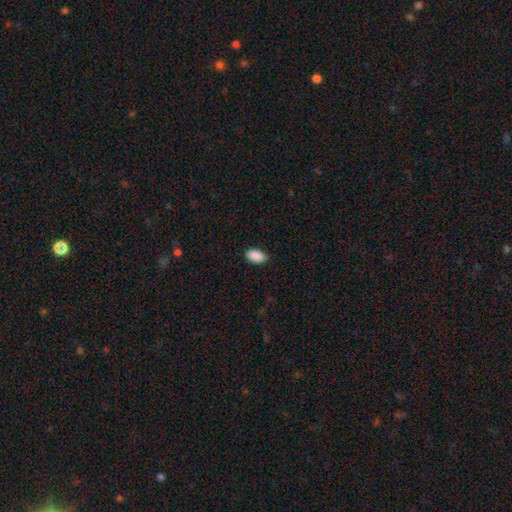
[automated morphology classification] This appears to be a smooth galaxy with no disk features (90%) that is in between round and cigar-shaped (94%). Merging: none (87%).